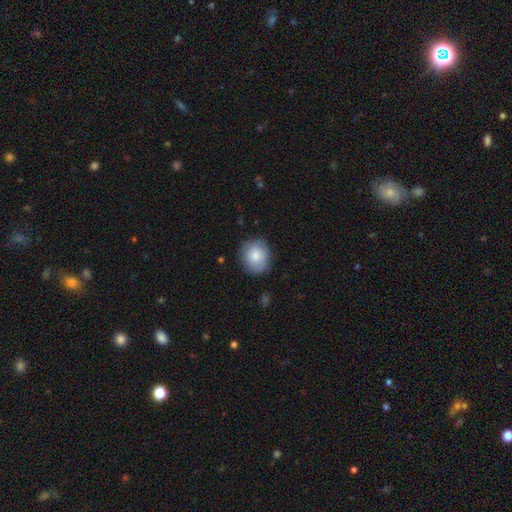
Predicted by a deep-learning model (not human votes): This appears to be a smooth galaxy with no disk features (82%) that is round (83%). Merging: none (80%).